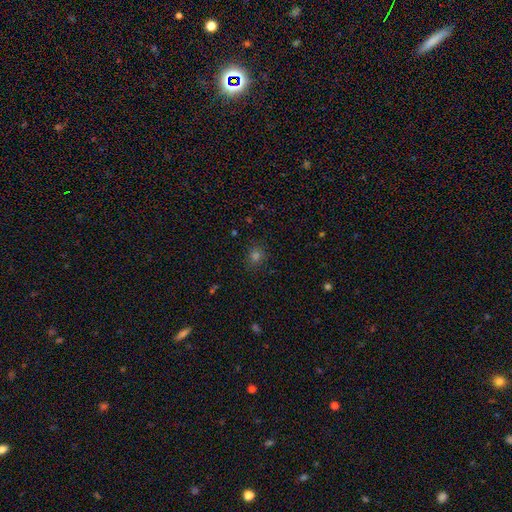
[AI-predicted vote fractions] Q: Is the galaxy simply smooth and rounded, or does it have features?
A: smooth — 73%.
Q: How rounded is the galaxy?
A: round — 84%.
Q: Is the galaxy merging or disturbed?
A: none — 88%.